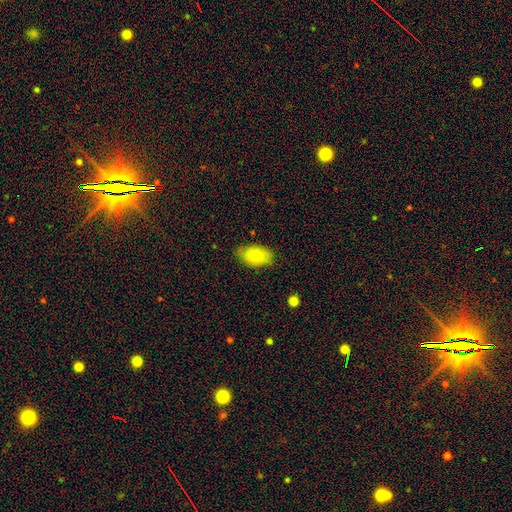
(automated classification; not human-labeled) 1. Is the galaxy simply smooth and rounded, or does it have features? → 82% smooth, 12% featured or disk, 7% star or artifact.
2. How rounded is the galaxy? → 92% in between, 6% round, 2% cigar-shaped.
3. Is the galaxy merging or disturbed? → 79% none, 17% minor disturbance, 3% major disturbance, 1% merger.